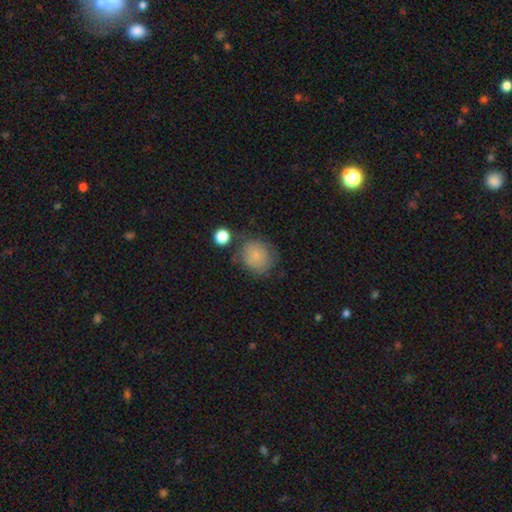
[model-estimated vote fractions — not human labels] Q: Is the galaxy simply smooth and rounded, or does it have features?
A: smooth — 77%.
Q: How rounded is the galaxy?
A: round — 81%.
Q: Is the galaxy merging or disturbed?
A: none — 66%.